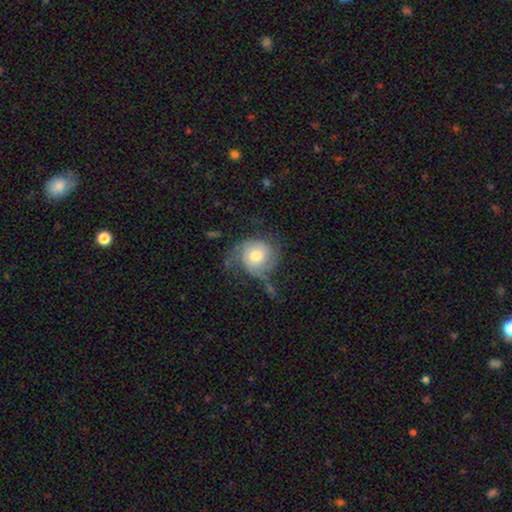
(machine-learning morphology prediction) A featured or disk galaxy (64%) with no bar (78%), 2 (56%) medium (36%) spiral arms (88%) and a moderate central bulge (67%). Merging: none (44%).